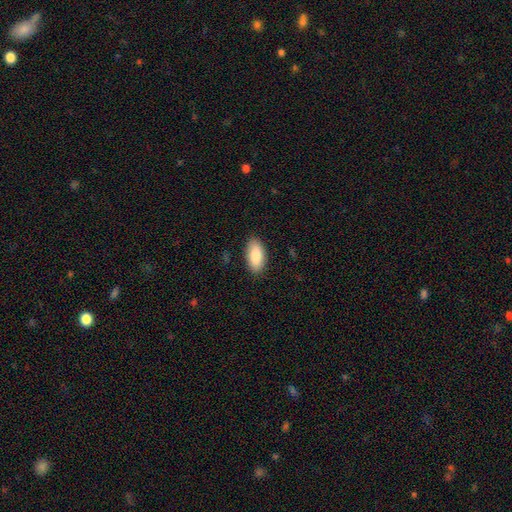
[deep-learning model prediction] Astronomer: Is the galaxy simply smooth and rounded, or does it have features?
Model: smooth — 87%.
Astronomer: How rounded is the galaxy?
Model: in between — 90%.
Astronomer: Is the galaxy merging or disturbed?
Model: none — 88%.